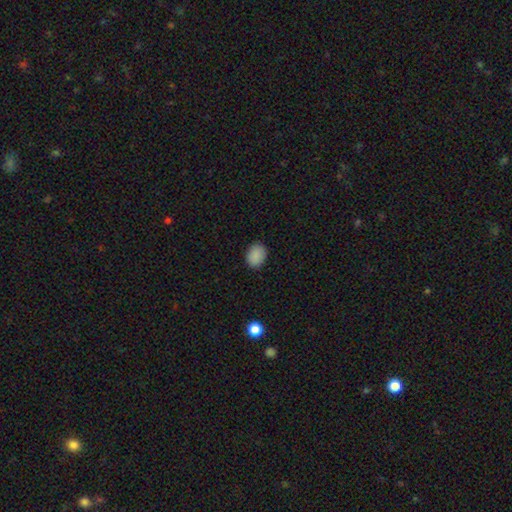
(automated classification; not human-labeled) smooth_or_featured: smooth (p=0.89) [alt: star or artifact p=0.09]
how_rounded: in between (p=0.66) [alt: round p=0.33]
merging: none (p=0.88) [alt: minor disturbance p=0.09]